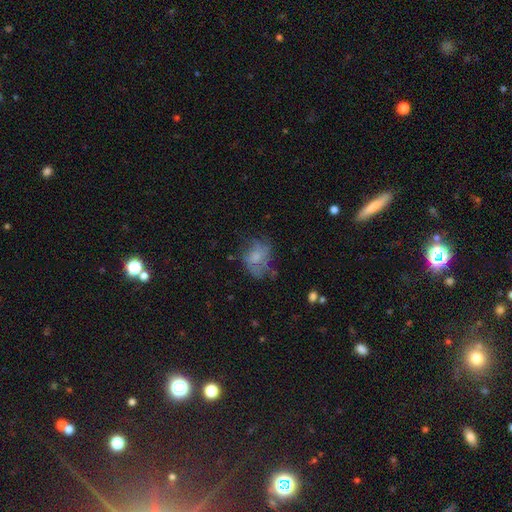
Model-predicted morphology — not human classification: type=smooth (47%); merging=none (49%).